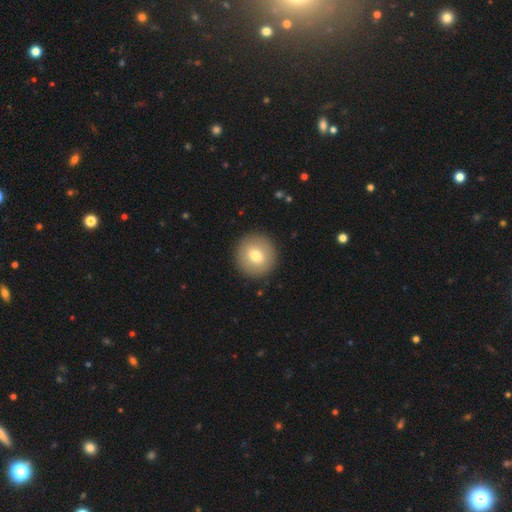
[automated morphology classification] This is likely a smooth galaxy (74%). How rounded: clearly round (95%). Merging: clearly none (92%).